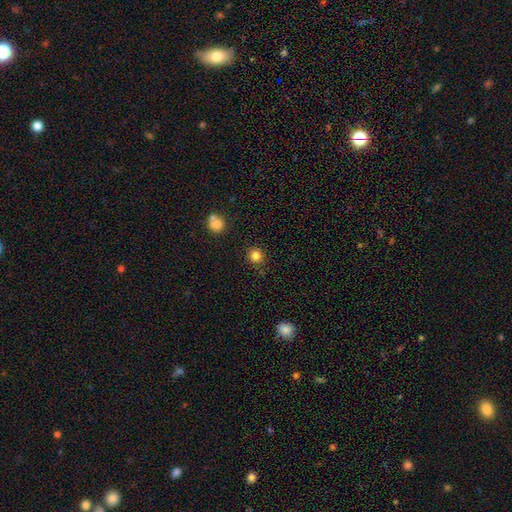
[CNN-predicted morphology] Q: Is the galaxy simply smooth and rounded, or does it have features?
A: smooth — 82%.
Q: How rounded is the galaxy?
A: round — 91%.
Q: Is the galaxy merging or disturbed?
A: none — 89%.